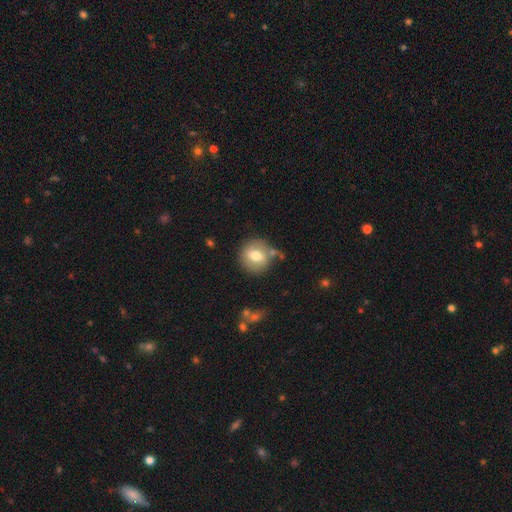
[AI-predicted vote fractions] smooth_or_featured: smooth (p=0.70) [alt: featured or disk p=0.22]
how_rounded: round (p=0.84) [alt: in between p=0.15]
merging: none (p=0.76) [alt: minor disturbance p=0.13]